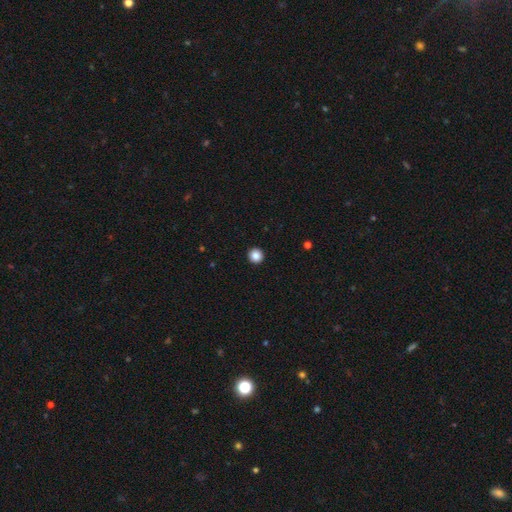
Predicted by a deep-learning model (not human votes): smooth_or_featured: smooth (p=0.86) [alt: star or artifact p=0.10]
how_rounded: round (p=0.96) [alt: in between p=0.03]
merging: none (p=0.94) [alt: minor disturbance p=0.03]